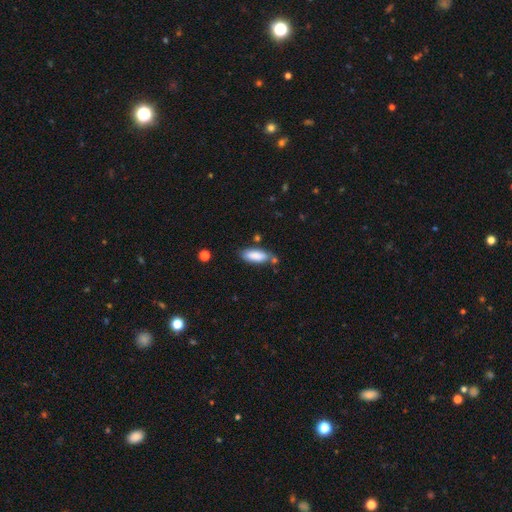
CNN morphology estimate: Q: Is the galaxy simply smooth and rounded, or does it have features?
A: smooth — 85%.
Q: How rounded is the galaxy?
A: in between — 75%.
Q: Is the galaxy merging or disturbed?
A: none — 68%.